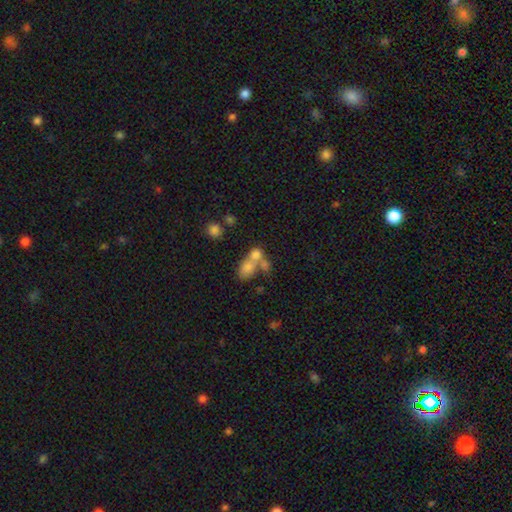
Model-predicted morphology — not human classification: This is likely a smooth galaxy (68%). How rounded: likely in between (61%). Merging: likely merger (64%).